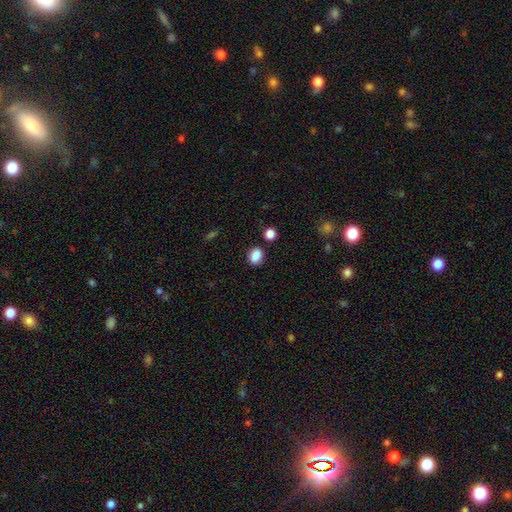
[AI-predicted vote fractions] Smooth or featured: smooth — 87% (star or artifact — 9%)
How rounded: in between — 62% (round — 37%)
Merging: none — 82% (minor disturbance — 11%)